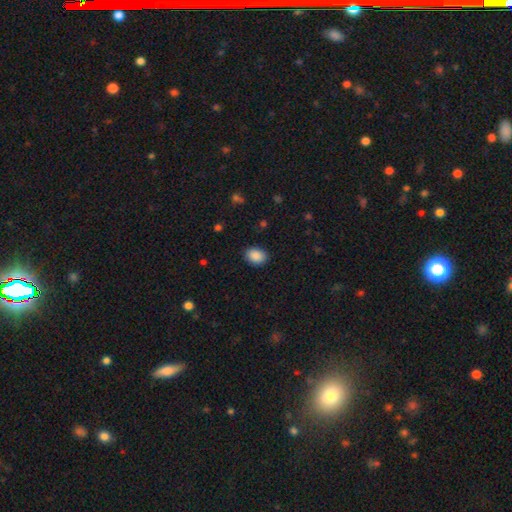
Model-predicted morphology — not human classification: smooth 90%, star or artifact 8%, featured or disk 3%. Down the decision tree: how rounded — in between (72%); merging — none (88%).